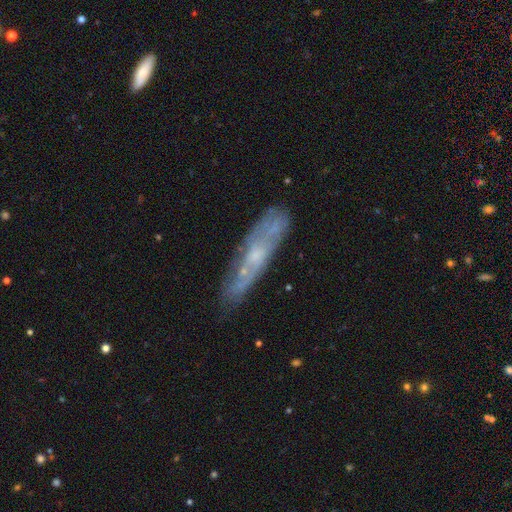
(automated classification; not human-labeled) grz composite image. It shows a featured or disk galaxy (60%). Merging: none (75%).